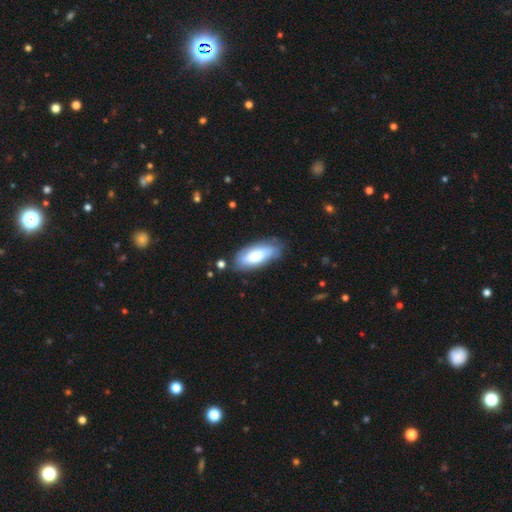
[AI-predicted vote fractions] Overall: smooth (70%). How rounded: in between (81%). Merging: none (73%).